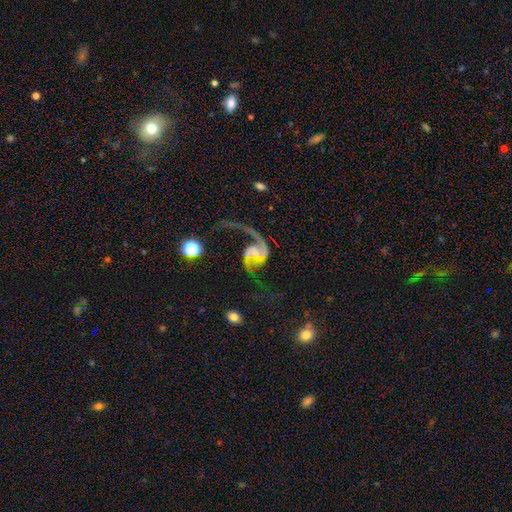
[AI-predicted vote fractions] A featured or disk galaxy (88%) with no bar (45%), 2 (84%) loose (75%) spiral arms (95%) and a small central bulge (54%). Merging: none (41%).